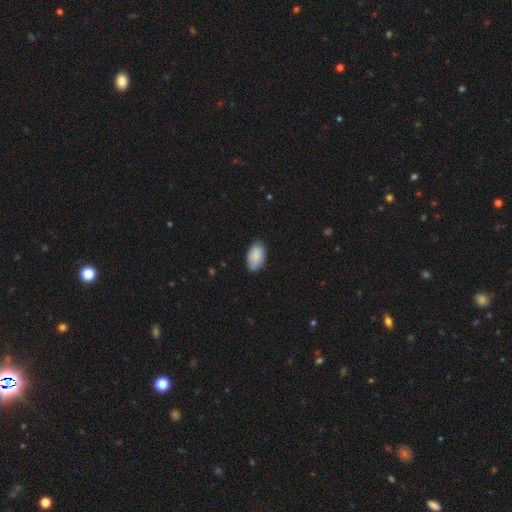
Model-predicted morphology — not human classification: Smooth or featured: smooth — 86% (featured or disk — 8%)
How rounded: in between — 94% (round — 4%)
Merging: none — 78% (minor disturbance — 18%)